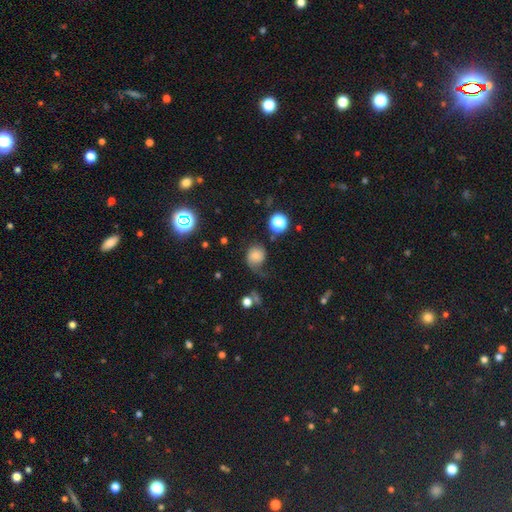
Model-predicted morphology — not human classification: This appears to be a smooth galaxy with no disk features (61%) that is round (73%). Merging: major disturbance (35%).